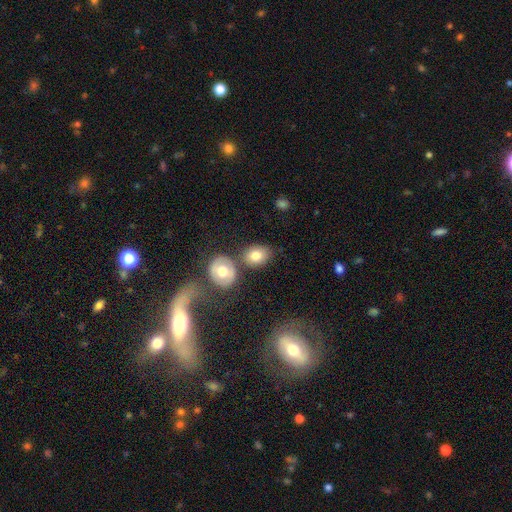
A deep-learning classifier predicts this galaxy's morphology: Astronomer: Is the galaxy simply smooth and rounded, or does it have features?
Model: smooth — 77%.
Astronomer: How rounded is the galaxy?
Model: in between — 55% (runner-up: round, 43%).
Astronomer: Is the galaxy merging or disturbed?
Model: none — 63%.